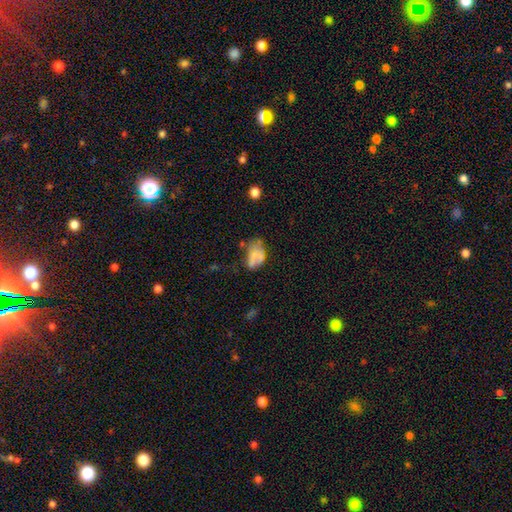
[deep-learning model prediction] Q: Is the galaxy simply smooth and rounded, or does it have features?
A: smooth — 55%.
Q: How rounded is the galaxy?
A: in between — 86%.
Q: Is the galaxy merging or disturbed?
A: none — 33%.